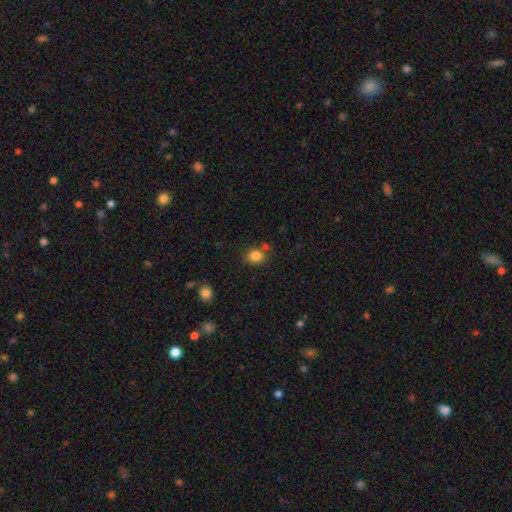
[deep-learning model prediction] A smooth galaxy with no disk features (84%) that is round (74%). Merging: none (73%).